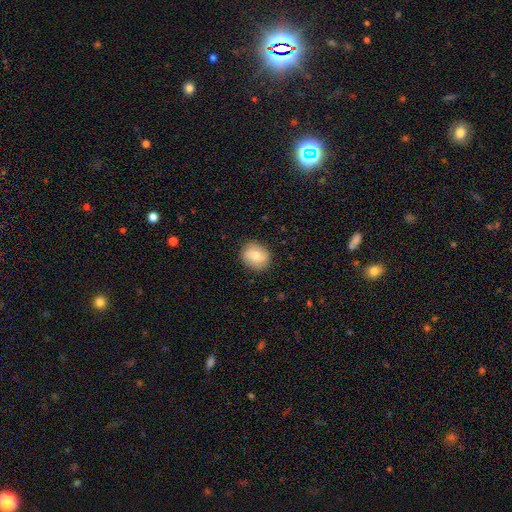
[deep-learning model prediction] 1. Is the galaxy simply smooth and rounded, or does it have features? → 70% smooth, 23% featured or disk, 8% star or artifact.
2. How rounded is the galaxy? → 66% round, 33% in between, 1% cigar-shaped.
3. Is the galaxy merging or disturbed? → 85% none, 11% minor disturbance, 3% major disturbance, 1% merger.